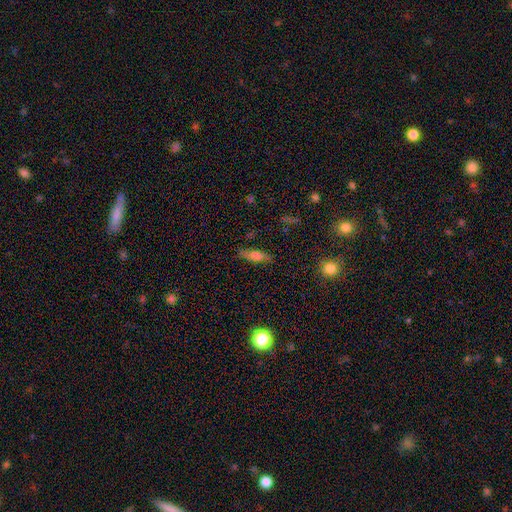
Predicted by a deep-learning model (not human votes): Overall: smooth (63%; featured or disk 27%). How rounded: cigar-shaped (49%; in between 48%). Merging: none (82%).